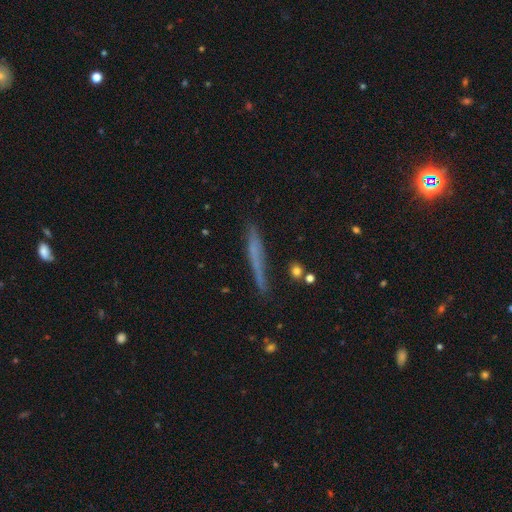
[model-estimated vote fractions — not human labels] smooth-or-featured: smooth: 51% | featured or disk: 38% | star or artifact: 10%
  how-rounded: cigar-shaped: 94% | in between: 3% | round: 2%
  merging: none: 77% | minor disturbance: 16% | major disturbance: 4% | merger: 3%